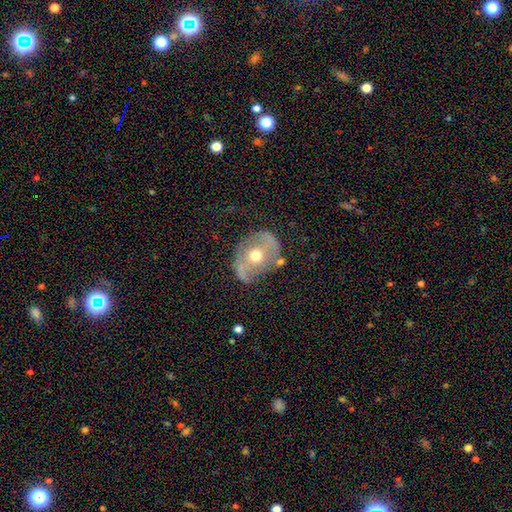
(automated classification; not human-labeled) smooth-or-featured: featured or disk: 63% | smooth: 30% | star or artifact: 7%
  disk-edge-on: no: 94% | yes: 6%
    bar: no: 56% | weak: 27% | strong: 17%
    has-spiral-arms: no: 54% | yes: 46%
    bulge-size: moderate: 79% | small: 12% | large: 7% | dominant: 1% | none: 1%
  merging: none: 66% | minor disturbance: 20% | major disturbance: 10% | merger: 4%